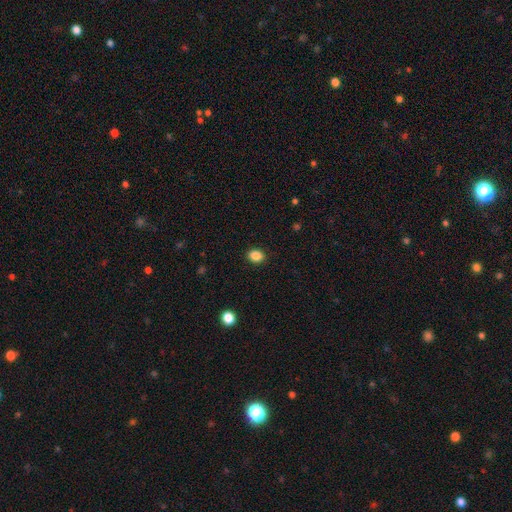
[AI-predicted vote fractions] Overall: smooth (87%). How rounded: in between (52%; round 47%). Merging: none (90%).